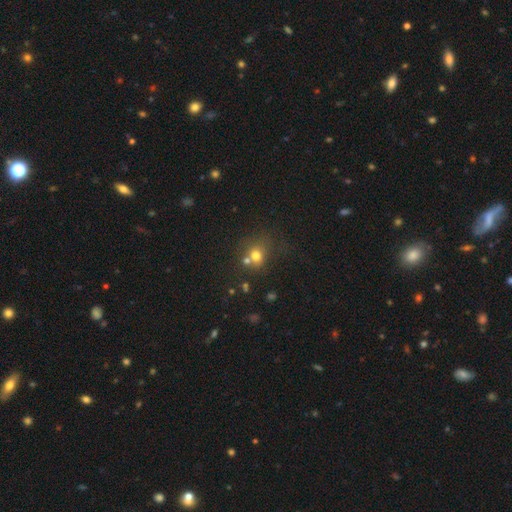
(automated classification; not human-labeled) smooth_or_featured: smooth (p=0.71) [alt: star or artifact p=0.17]
how_rounded: round (p=0.75) [alt: in between p=0.24]
merging: none (p=0.50) [alt: merger p=0.31]